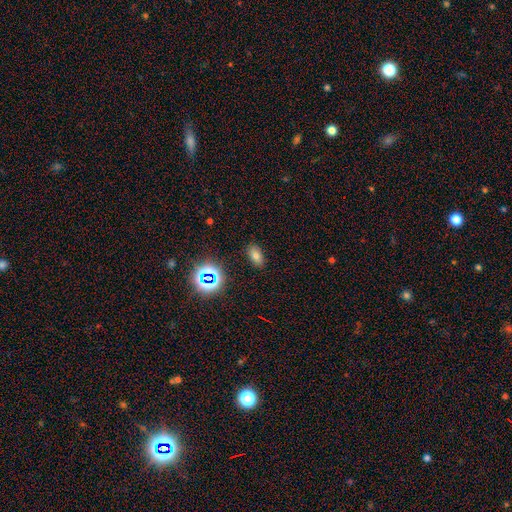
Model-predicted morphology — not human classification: Smooth or featured?
  - smooth: 67% *
  - star or artifact: 22%
  - featured or disk: 11%
How rounded?
  - in between: 87% *
  - round: 10%
  - cigar-shaped: 3%
Merging?
  - none: 85% *
  - minor disturbance: 10%
  - major disturbance: 3%
  - merger: 2%